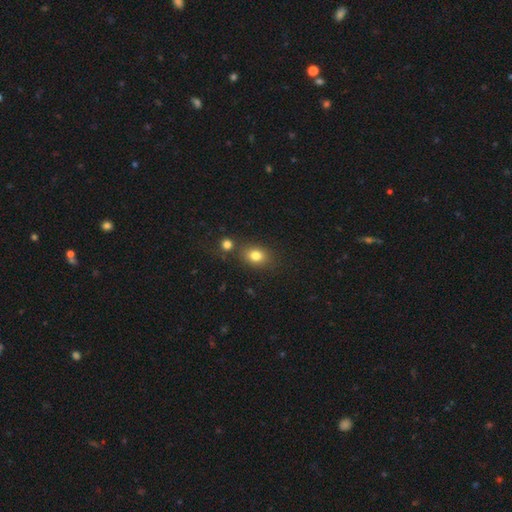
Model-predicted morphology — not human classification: smooth_or_featured: smooth (p=0.80) [alt: star or artifact p=0.12]
how_rounded: in between (p=0.58) [alt: round p=0.40]
merging: none (p=0.69) [alt: merger p=0.15]